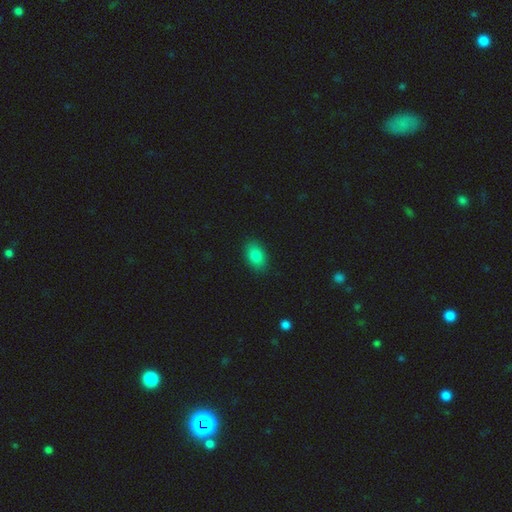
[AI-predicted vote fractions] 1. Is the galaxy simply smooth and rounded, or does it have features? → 85% smooth, 9% star or artifact, 6% featured or disk.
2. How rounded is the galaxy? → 89% in between, 10% round, 2% cigar-shaped.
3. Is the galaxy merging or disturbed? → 88% none, 9% minor disturbance, 2% major disturbance, 1% merger.